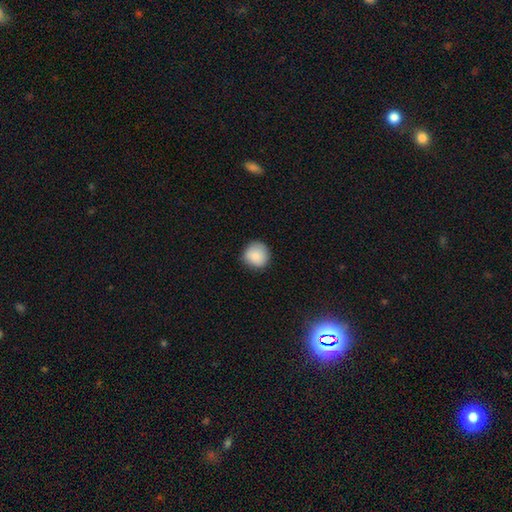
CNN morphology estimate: Smooth or featured? smooth (86%)
How rounded? round (92%)
Merging? none (83%)